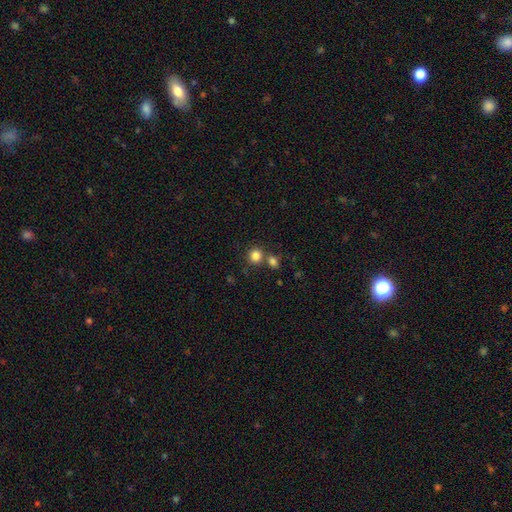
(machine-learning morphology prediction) A smooth galaxy with no disk features (83%) that is round (85%). Merging: none (65%).